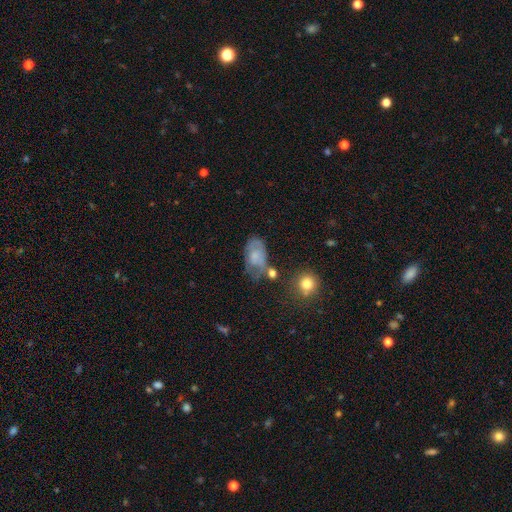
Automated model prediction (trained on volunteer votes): This appears to be a smooth galaxy with no disk features (51%) that is in between round and cigar-shaped (87%). Merging: none (33%).